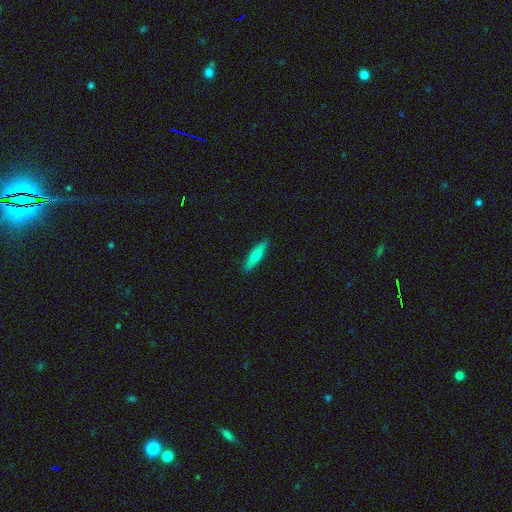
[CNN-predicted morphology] Smooth or featured: smooth — 73% (featured or disk — 21%)
How rounded: cigar-shaped — 82% (in between — 16%)
Merging: none — 90% (minor disturbance — 8%)